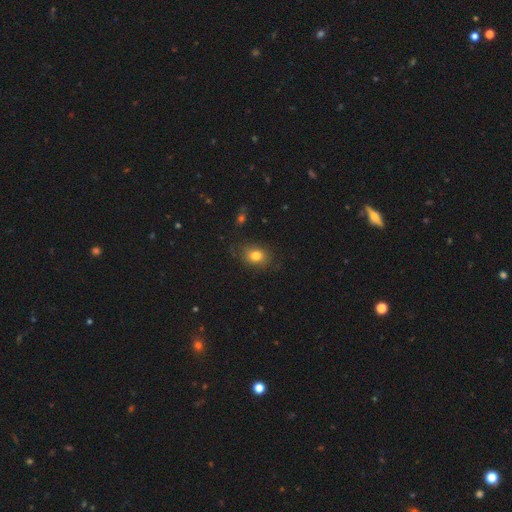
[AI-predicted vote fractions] Overall: smooth (80%). How rounded: in between (56%; round 42%). Merging: none (79%).